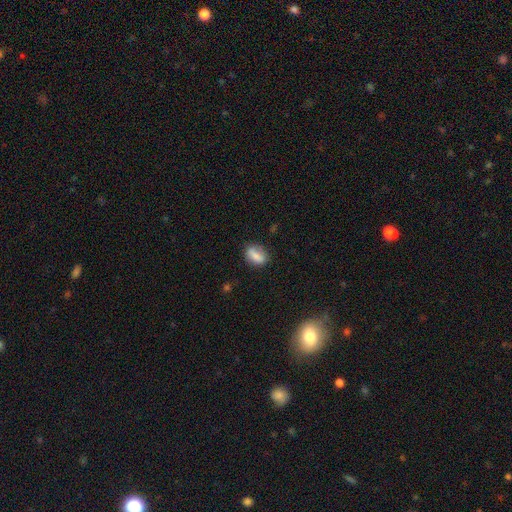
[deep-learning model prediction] smooth_or_featured: smooth (p=0.78) [alt: featured or disk p=0.14]
how_rounded: in between (p=0.76) [alt: round p=0.17]
merging: none (p=0.72) [alt: minor disturbance p=0.20]